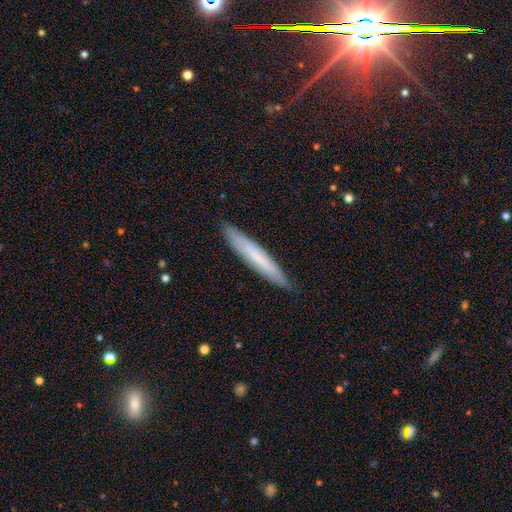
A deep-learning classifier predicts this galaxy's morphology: Overall: smooth (60%; featured or disk 33%). How rounded: cigar-shaped (93%). Merging: none (88%).